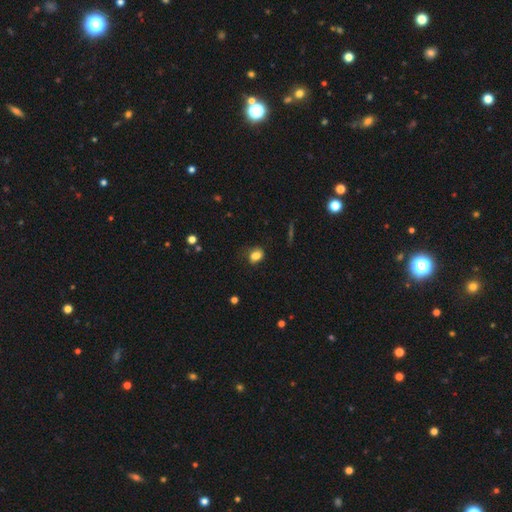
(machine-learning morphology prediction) smooth 80%, star or artifact 11%, featured or disk 9%. Down the decision tree: how rounded — in between (71%); merging — none (60%).